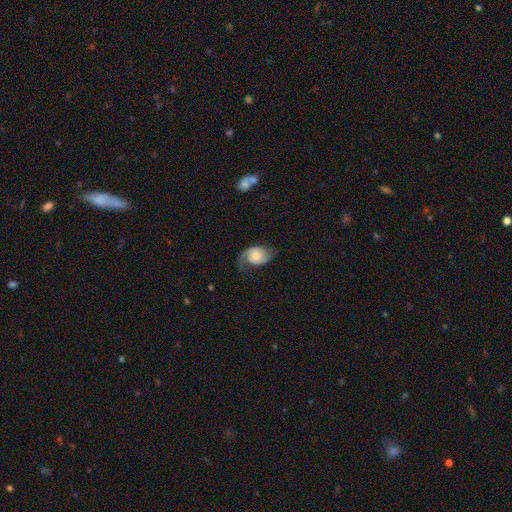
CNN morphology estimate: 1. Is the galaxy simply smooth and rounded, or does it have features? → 61% featured or disk, 31% smooth, 8% star or artifact.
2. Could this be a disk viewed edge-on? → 96% no, 4% yes.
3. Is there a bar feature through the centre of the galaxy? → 72% no, 23% weak, 4% strong.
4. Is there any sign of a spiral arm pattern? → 90% yes, 10% no.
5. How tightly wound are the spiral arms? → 44% loose, 37% medium, 20% tight.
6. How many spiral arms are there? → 67% 2, 24% 1, 6% can't tell, 1% 3, 1% 4, 1% more than 4.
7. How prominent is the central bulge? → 43% moderate, 41% small, 9% large, 5% none, 3% dominant.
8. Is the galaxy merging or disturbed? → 50% none, 26% minor disturbance, 22% major disturbance, 2% merger.